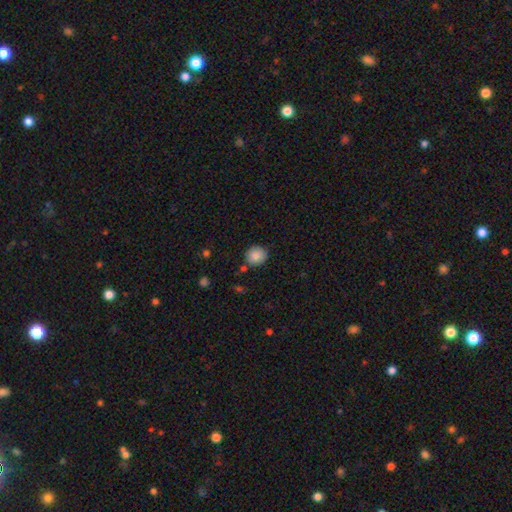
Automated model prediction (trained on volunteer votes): smooth_or_featured: smooth (p=0.88) [alt: star or artifact p=0.08]
how_rounded: round (p=0.86) [alt: in between p=0.13]
merging: none (p=0.84) [alt: minor disturbance p=0.10]